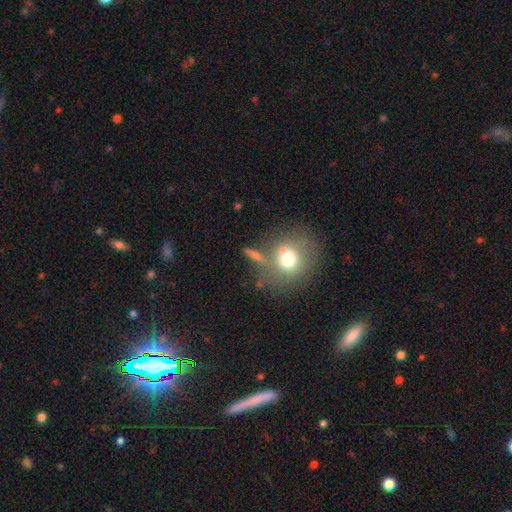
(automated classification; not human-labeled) smooth-or-featured: smooth: 62% | featured or disk: 23% | star or artifact: 16%
  how-rounded: round: 61% | in between: 27% | cigar-shaped: 12%
  merging: none: 60% | merger: 16% | minor disturbance: 15% | major disturbance: 9%